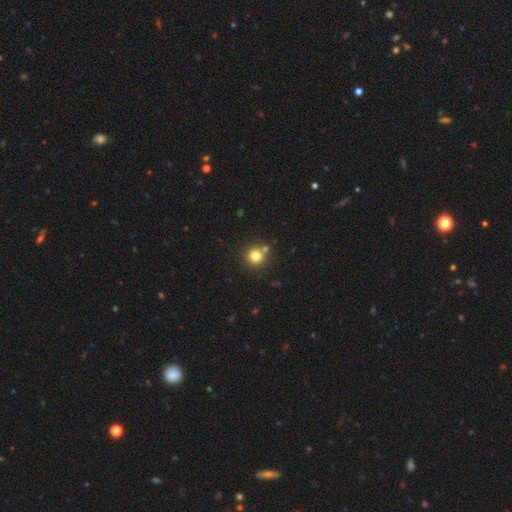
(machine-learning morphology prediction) type=smooth (79%); roundness=round (94%); merging=none (76%).